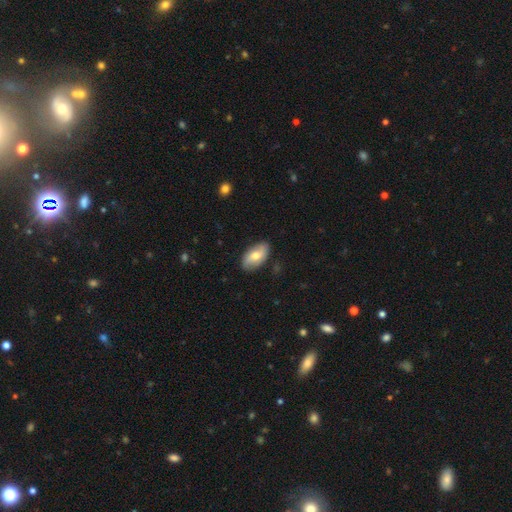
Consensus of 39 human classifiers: A smooth galaxy with no disk features (59%) that is in between round and cigar-shaped (100%). Merging: none (92%).